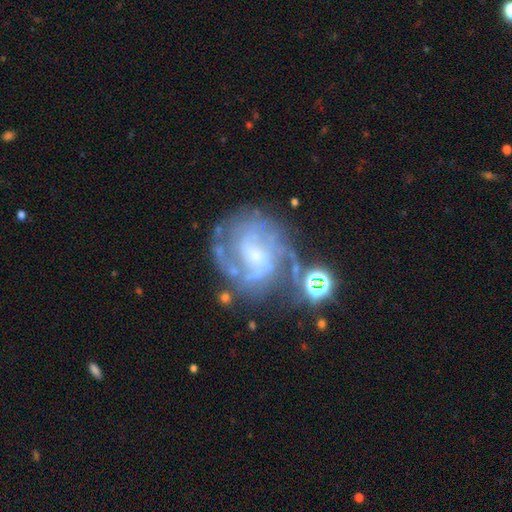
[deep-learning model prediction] Overall: featured or disk (83%). Edge-on disk: no (98%). Bar: weak (45%; no 43%). Spiral arms: yes (93%). Spiral arm count: 2 (42%; can't tell 26%). Spiral winding: tight (44%; medium 43%). Bulge size: small (62%; moderate 23%). Merging: none (63%).